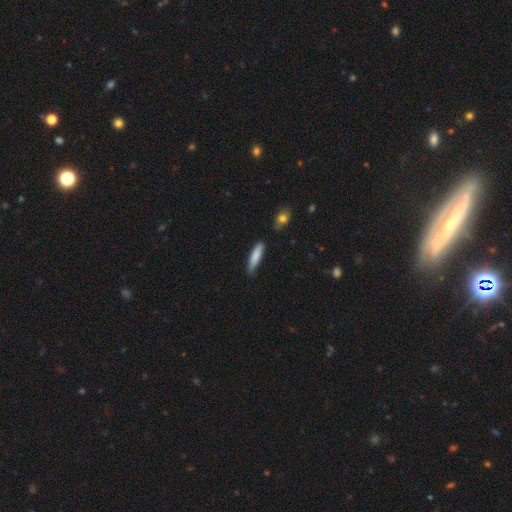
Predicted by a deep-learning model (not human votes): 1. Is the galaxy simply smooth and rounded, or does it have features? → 82% smooth, 12% featured or disk, 6% star or artifact.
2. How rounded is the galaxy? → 82% cigar-shaped, 17% in between, 1% round.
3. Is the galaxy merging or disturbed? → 79% none, 17% minor disturbance, 3% major disturbance, 2% merger.